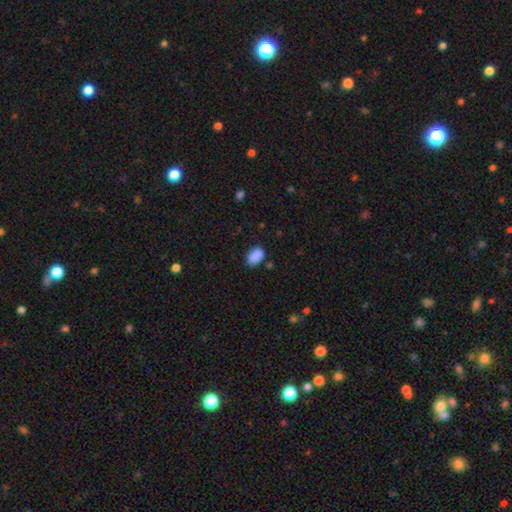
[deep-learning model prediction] This is clearly a smooth galaxy (88%). How rounded: clearly in between (87%). Merging: likely none (77%).